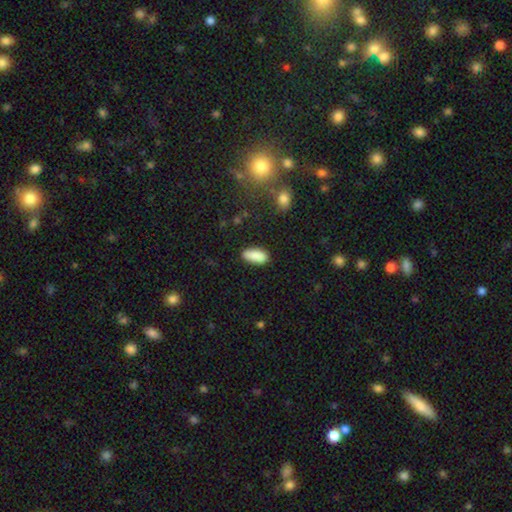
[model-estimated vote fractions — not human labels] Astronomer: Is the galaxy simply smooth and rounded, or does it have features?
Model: smooth — 89%.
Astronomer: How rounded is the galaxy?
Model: in between — 87%.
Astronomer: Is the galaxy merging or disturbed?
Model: none — 83%.